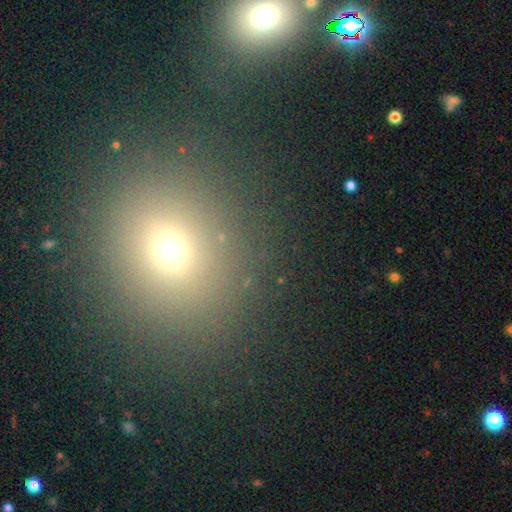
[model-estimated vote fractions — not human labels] This appears to be a smooth galaxy with no disk features (61%) that is round (75%). Merging: none (84%).